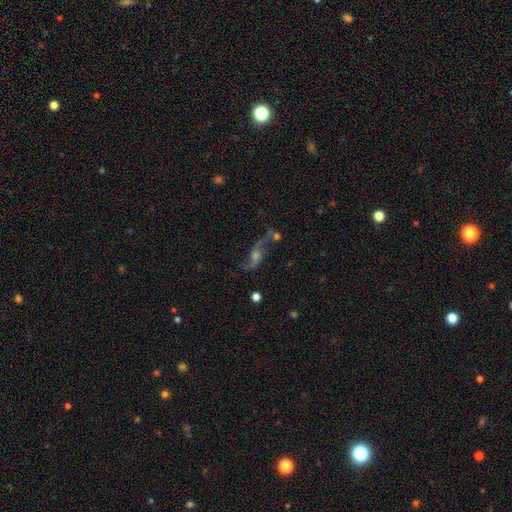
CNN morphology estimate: A featured or disk galaxy (81%) with no bar (60%), 2 (91%) loose (87%) spiral arms (93%) and a moderate central bulge (51%). Merging: none (60%).